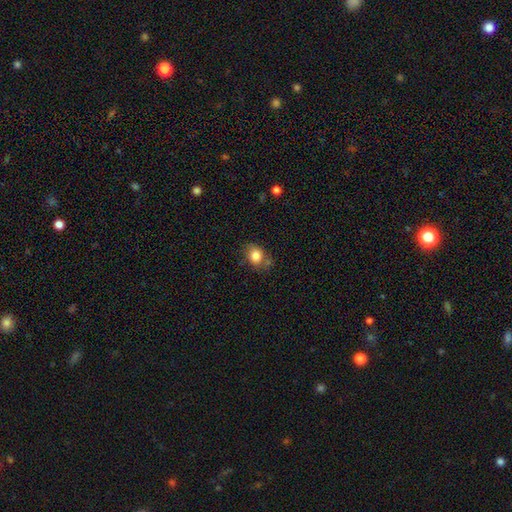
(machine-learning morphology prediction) Q: Smooth or featured?
A: smooth (82%); runner-up: star or artifact (9%)
Q: How rounded?
A: in between (50%); runner-up: round (49%)
Q: Merging?
A: none (66%); runner-up: minor disturbance (22%)